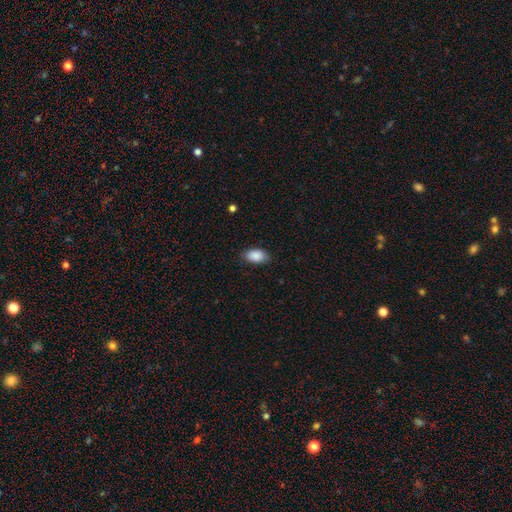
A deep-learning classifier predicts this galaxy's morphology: smooth-or-featured: smooth: 89% | star or artifact: 7% | featured or disk: 4%
  how-rounded: in between: 92% | round: 5% | cigar-shaped: 2%
  merging: none: 81% | minor disturbance: 15% | major disturbance: 3% | merger: 1%